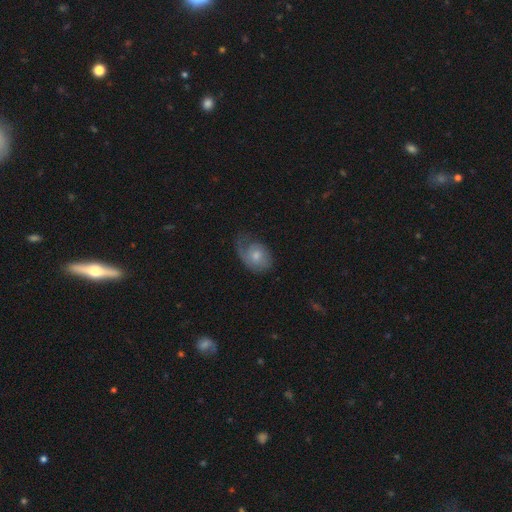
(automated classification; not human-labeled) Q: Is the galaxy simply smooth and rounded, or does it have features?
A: smooth — 47%.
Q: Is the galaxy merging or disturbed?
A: none — 42%.